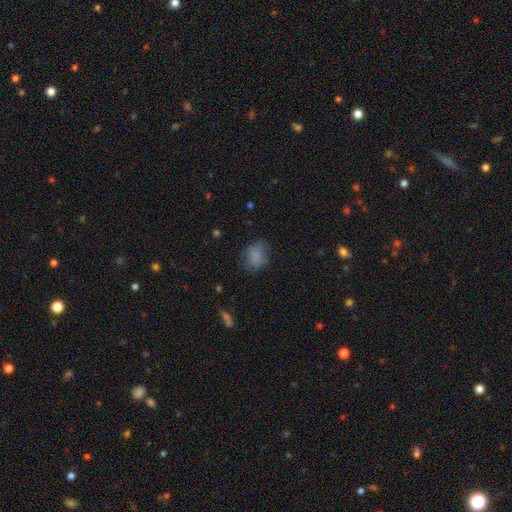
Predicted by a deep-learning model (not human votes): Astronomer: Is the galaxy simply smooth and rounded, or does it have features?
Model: smooth — 79%.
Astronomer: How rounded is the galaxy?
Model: in between — 55% (runner-up: round, 44%).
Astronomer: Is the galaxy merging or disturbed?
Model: none — 67%.